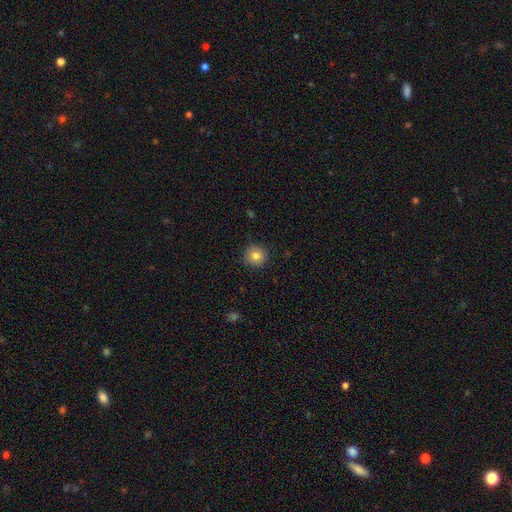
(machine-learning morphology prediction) Smooth or featured? Predicted: smooth (p=0.81). How rounded? Predicted: round (p=0.94). Merging? Predicted: none (p=0.91).